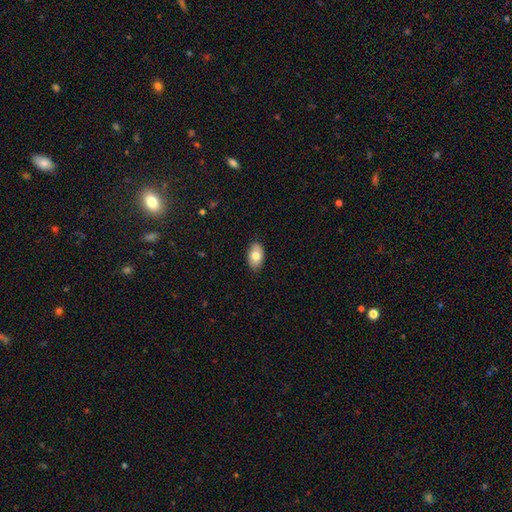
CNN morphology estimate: Smooth or featured?
  - smooth: 77% *
  - featured or disk: 16%
  - star or artifact: 7%
How rounded?
  - in between: 91% *
  - round: 7%
  - cigar-shaped: 1%
Merging?
  - none: 87% *
  - minor disturbance: 10%
  - major disturbance: 2%
  - merger: 1%